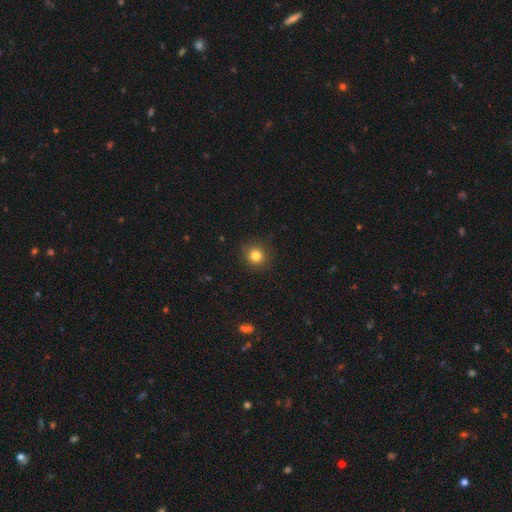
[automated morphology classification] smooth_or_featured: smooth (p=0.82) [alt: star or artifact p=0.12]
how_rounded: round (p=0.91) [alt: in between p=0.09]
merging: none (p=0.89) [alt: minor disturbance p=0.08]